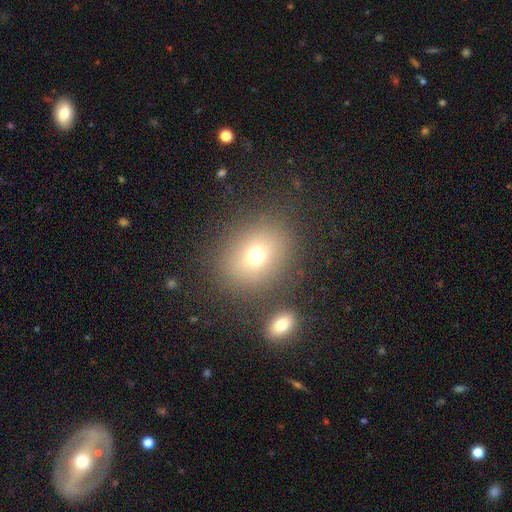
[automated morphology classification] smooth-or-featured: smooth: 71% | star or artifact: 15% | featured or disk: 14%
  how-rounded: round: 54% | in between: 45% | cigar-shaped: 1%
  merging: none: 78% | minor disturbance: 10% | merger: 8% | major disturbance: 4%